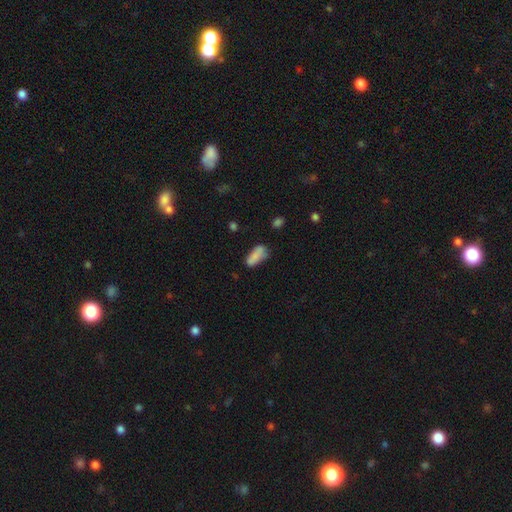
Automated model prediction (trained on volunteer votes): smooth 80%, featured or disk 12%, star or artifact 8%. Down the decision tree: how rounded — in between (81%); merging — none (54%).